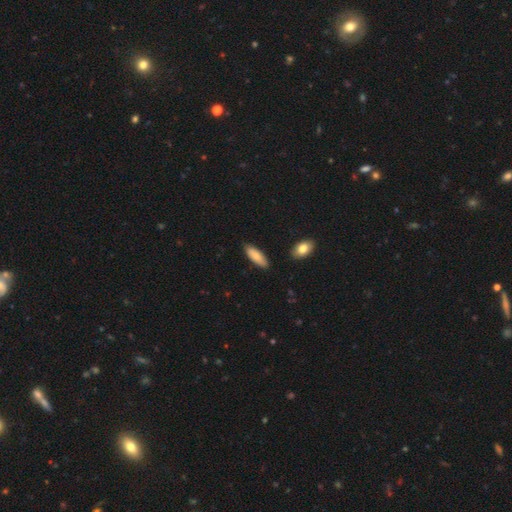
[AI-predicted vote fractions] Q: Smooth or featured?
A: smooth (83%); runner-up: featured or disk (11%)
Q: How rounded?
A: in between (61%); runner-up: cigar-shaped (37%)
Q: Merging?
A: none (85%); runner-up: minor disturbance (11%)